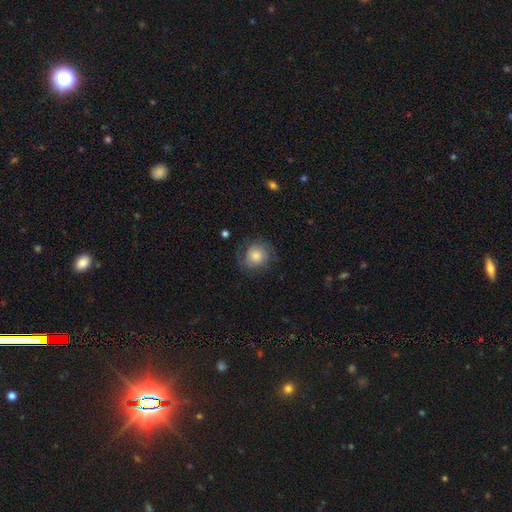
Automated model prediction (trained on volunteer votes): Smooth or featured? smooth (50%)
How rounded? round (84%)
Merging? none (70%)